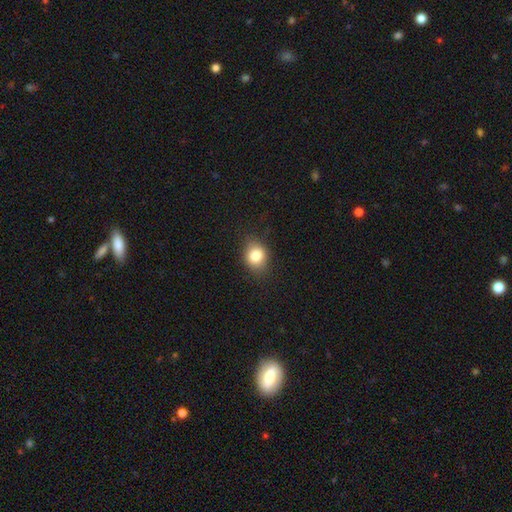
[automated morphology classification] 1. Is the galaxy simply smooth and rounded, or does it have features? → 82% smooth, 10% star or artifact, 8% featured or disk.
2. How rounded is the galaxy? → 53% round, 45% in between, 1% cigar-shaped.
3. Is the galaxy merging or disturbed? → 79% none, 16% minor disturbance, 4% major disturbance, 1% merger.